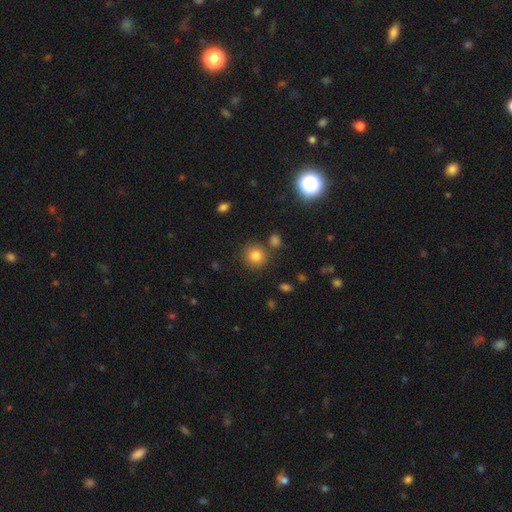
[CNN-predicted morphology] The model was most divided on "smooth or featured": smooth: 81%, star or artifact: 12%, featured or disk: 7%. More confident: how rounded — round (90%); merging — none (82%).